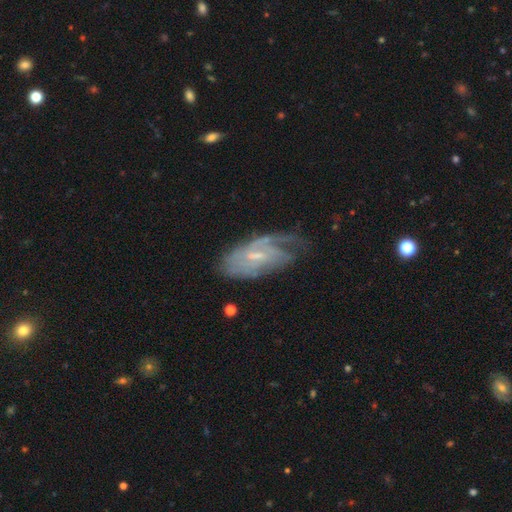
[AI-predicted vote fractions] Overall: featured or disk (72%). Edge-on disk: no (91%). Bar: weak (50%; no 37%). Spiral arms: yes (83%). Spiral arm count: can't tell (42%; 2 23%). Spiral winding: tight (44%; medium 37%). Bulge size: small (58%; moderate 28%). Merging: none (49%; minor disturbance 27%).